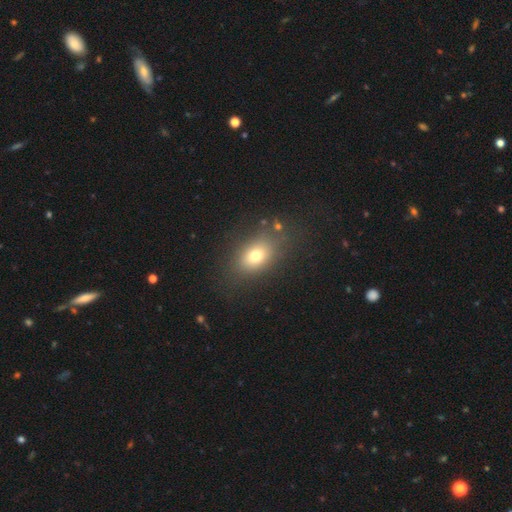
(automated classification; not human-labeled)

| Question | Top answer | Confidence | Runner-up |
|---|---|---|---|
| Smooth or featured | smooth | 73% | featured or disk (14%) |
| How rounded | in between | 72% | round (26%) |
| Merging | none | 77% | minor disturbance (13%) |